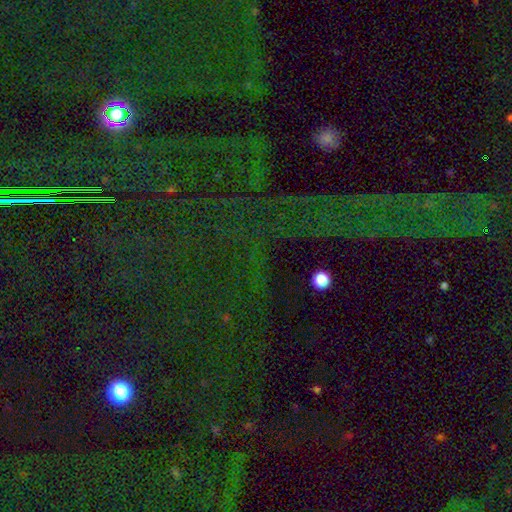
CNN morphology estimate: smooth_or_featured: star or artifact (p=0.79) [alt: smooth p=0.11]